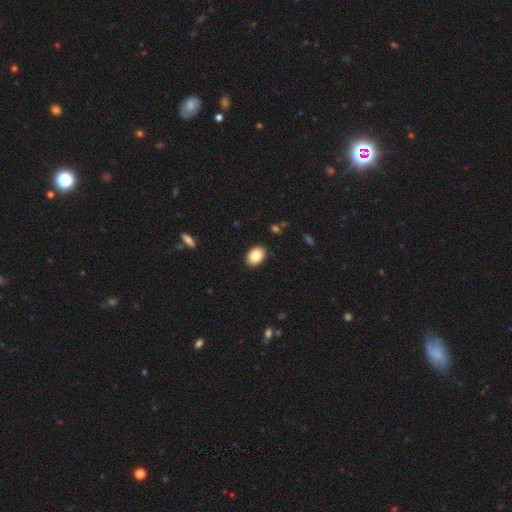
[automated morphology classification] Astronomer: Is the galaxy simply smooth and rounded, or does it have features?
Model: smooth — 84%.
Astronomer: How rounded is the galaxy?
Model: in between — 82%.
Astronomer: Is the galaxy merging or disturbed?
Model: none — 90%.